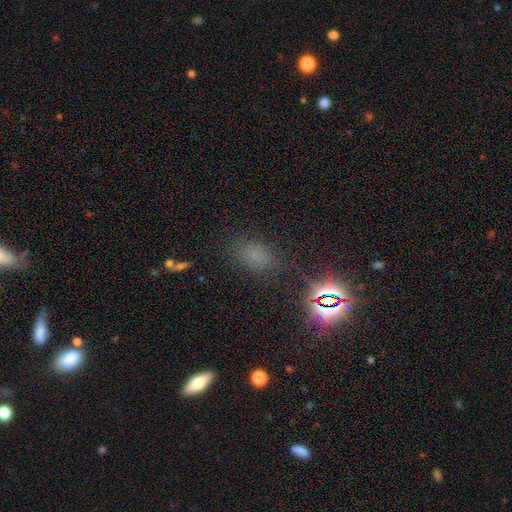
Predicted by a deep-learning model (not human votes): Overall: smooth (59%; star or artifact 34%). How rounded: in between (79%). Merging: none (79%).